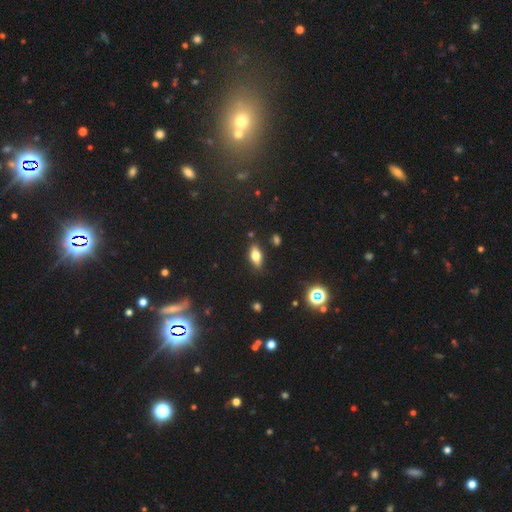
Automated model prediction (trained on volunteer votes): Smooth or featured? smooth (63%)
How rounded? in between (80%)
Merging? none (82%)